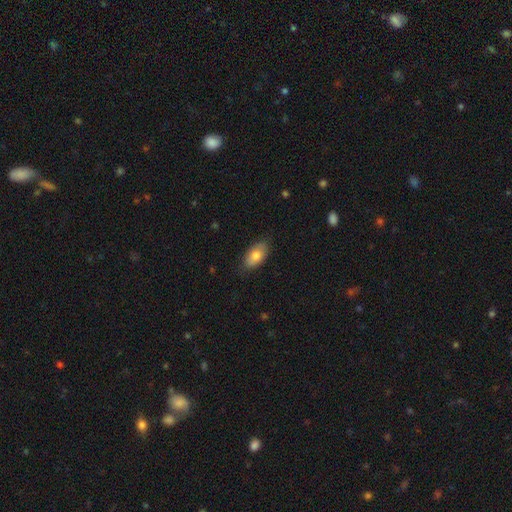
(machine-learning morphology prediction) Smooth or featured? Predicted: smooth (p=0.79). How rounded? Predicted: in between (p=0.93). Merging? Predicted: none (p=0.82).